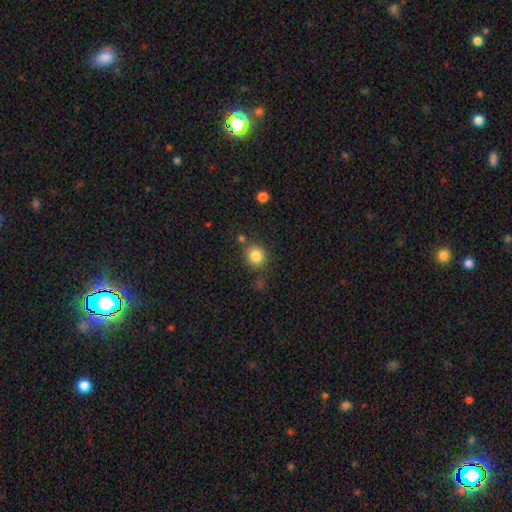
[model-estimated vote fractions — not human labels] A smooth galaxy with no disk features (84%) that is round (81%).

Vote fractions:
- Smooth or featured? smooth: 84% / star or artifact: 10% / featured or disk: 6%
- How rounded? round: 81% / in between: 18% / cigar-shaped: 1%
- Merging? none: 77% / minor disturbance: 12% / merger: 8% / major disturbance: 4%